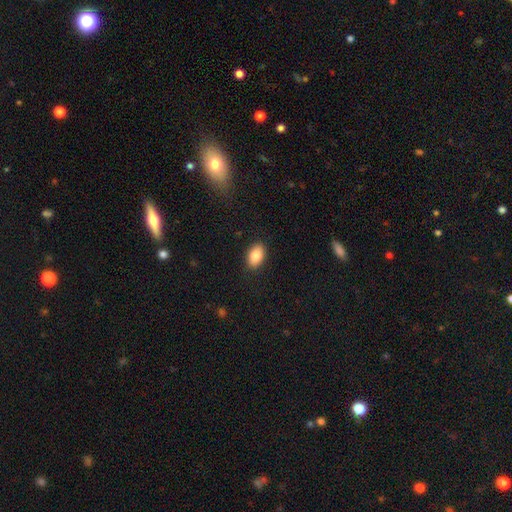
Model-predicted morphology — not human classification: Smooth or featured?
  - smooth: 86% *
  - star or artifact: 7%
  - featured or disk: 7%
How rounded?
  - in between: 90% *
  - round: 9%
  - cigar-shaped: 1%
Merging?
  - none: 88% *
  - minor disturbance: 9%
  - major disturbance: 2%
  - merger: 1%